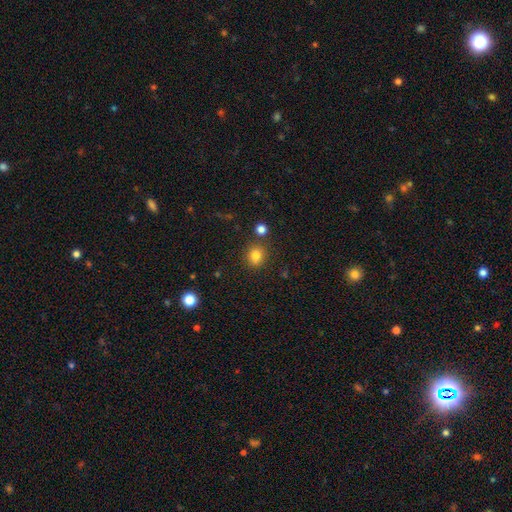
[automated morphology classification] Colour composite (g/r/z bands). It shows a smooth galaxy with no disk features (81%) that is round (72%). Merging: none (79%).